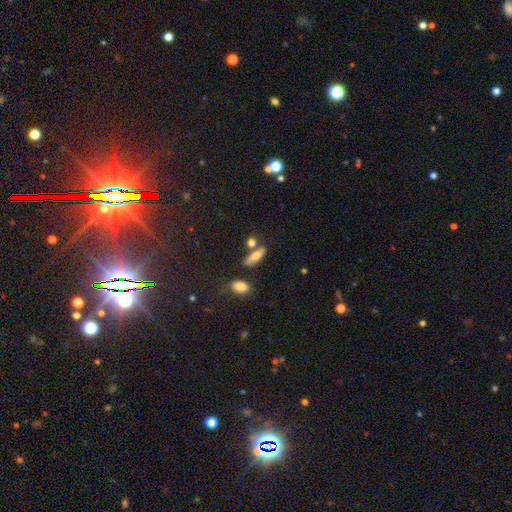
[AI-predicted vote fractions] Smooth or featured?
  - smooth: 76% *
  - featured or disk: 14%
  - star or artifact: 9%
How rounded?
  - in between: 51% *
  - cigar-shaped: 42%
  - round: 7%
Merging?
  - none: 60% *
  - merger: 17%
  - minor disturbance: 16%
  - major disturbance: 6%